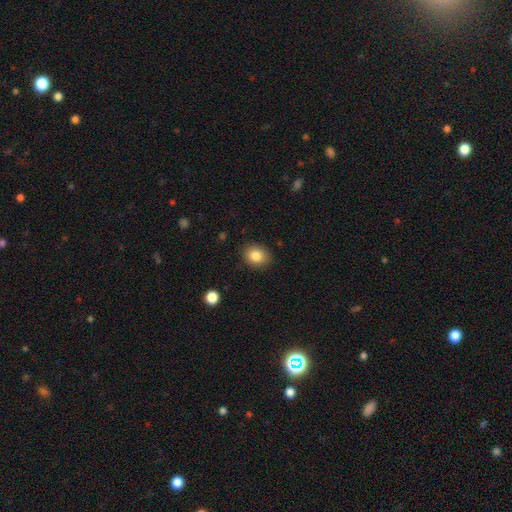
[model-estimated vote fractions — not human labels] Overall: smooth (84%). How rounded: round (54%; in between 45%). Merging: none (87%).